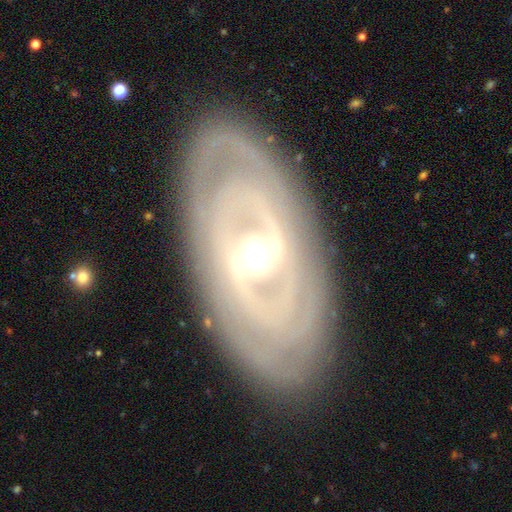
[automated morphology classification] Smooth or featured? featured or disk (87%)
Edge-on disk? no (92%)
Bar? weak (40%)
Spiral arms? yes (92%)
Spiral winding? tight (83%)
Spiral arm count? can't tell (39%)
Bulge size? moderate (54%)
Merging? none (85%)